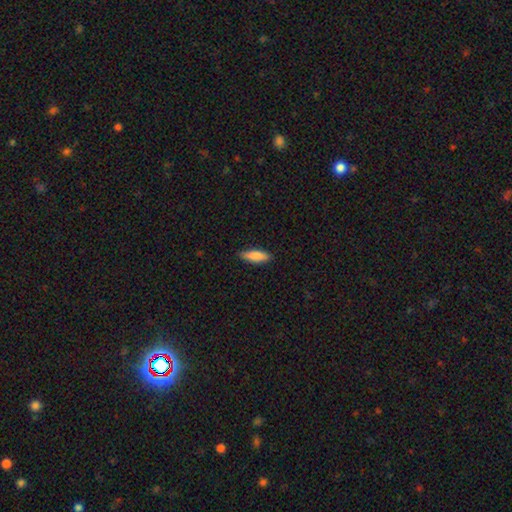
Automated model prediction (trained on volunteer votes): This appears to be a smooth galaxy with no disk features (84%) that is in between round and cigar-shaped (55%). Merging: none (85%).